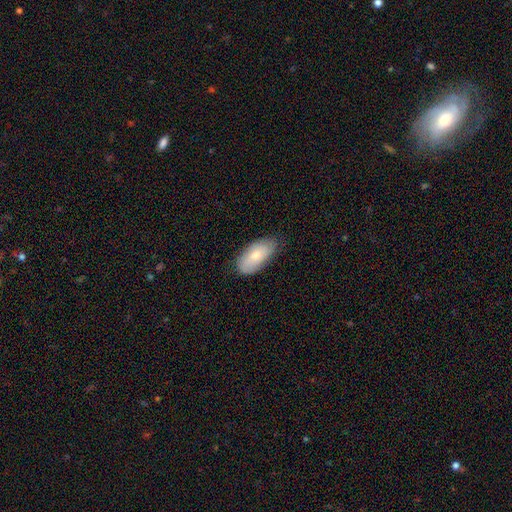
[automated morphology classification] The model was most divided on "smooth or featured": smooth: 71%, featured or disk: 22%, star or artifact: 6%. More confident: how rounded — in between (93%); merging — none (74%).